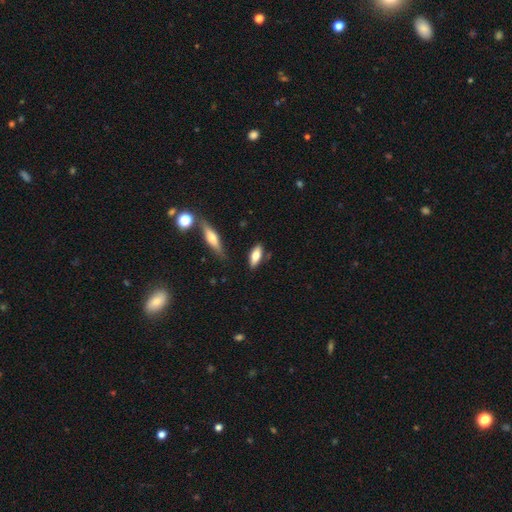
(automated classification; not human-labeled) Morphology: type=smooth (72%); roundness=in between (72%); merging=none (81%).